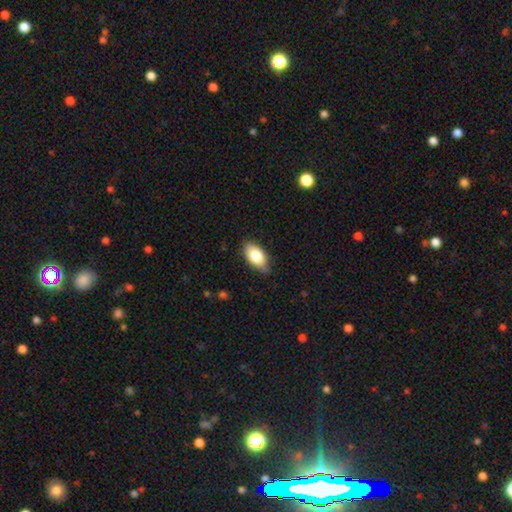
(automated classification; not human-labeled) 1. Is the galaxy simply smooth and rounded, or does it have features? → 79% smooth, 15% featured or disk, 7% star or artifact.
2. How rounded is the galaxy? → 92% in between, 4% round, 3% cigar-shaped.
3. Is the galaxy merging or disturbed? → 79% none, 18% minor disturbance, 3% major disturbance, 1% merger.